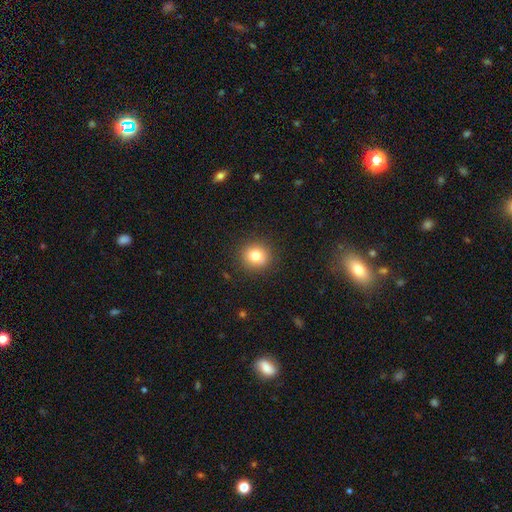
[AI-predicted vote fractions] smooth 79%, star or artifact 12%, featured or disk 9%. Down the decision tree: how rounded — round (88%); merging — none (87%).